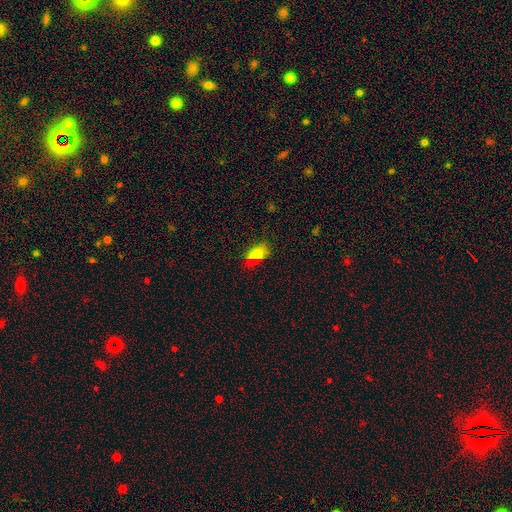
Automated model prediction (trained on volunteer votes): smooth_or_featured: smooth (p=0.73) [alt: star or artifact p=0.16]
how_rounded: in between (p=0.85) [alt: cigar-shaped p=0.07]
merging: none (p=0.77) [alt: minor disturbance p=0.16]